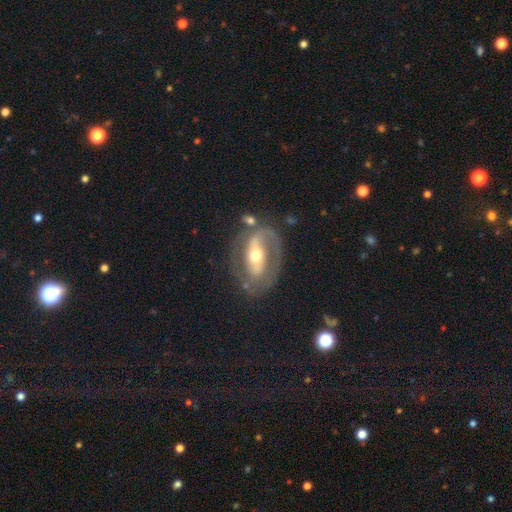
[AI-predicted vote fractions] smooth_or_featured: featured or disk (p=0.79) [alt: smooth p=0.15]
disk_edge_on: no (p=0.94) [alt: yes p=0.06]
bar: strong (p=0.46) [alt: weak p=0.30]
has_spiral_arms: yes (p=0.75) [alt: no p=0.25]
spiral_winding: medium (p=0.43) [alt: tight p=0.36]
spiral_arm_count: 2 (p=0.67) [alt: 1 p=0.20]
bulge_size: moderate (p=0.68) [alt: small p=0.22]
merging: none (p=0.64) [alt: minor disturbance p=0.18]